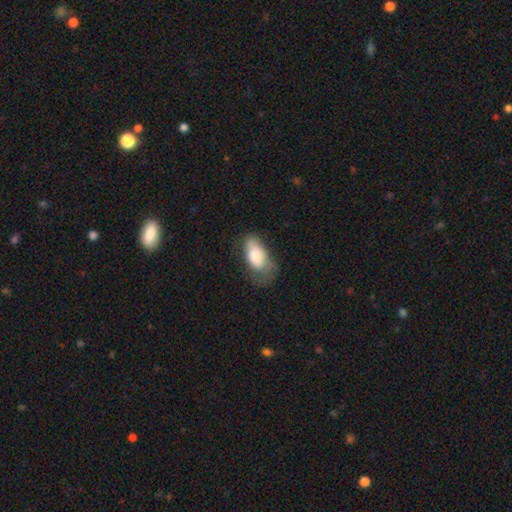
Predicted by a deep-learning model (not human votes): Morphology: type=smooth (76%); roundness=in between (92%); merging=minor disturbance (35%).